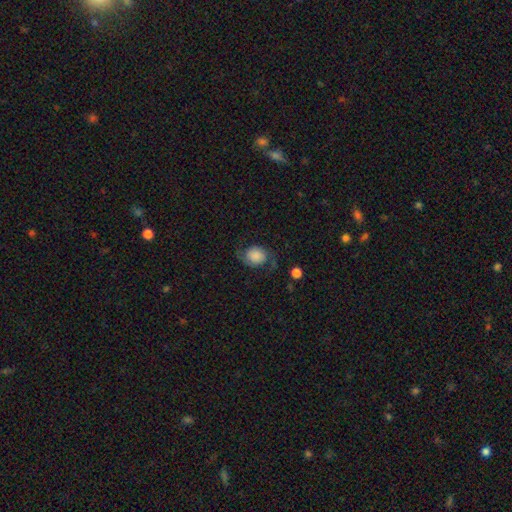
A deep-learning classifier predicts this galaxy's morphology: featured or disk 48%, smooth 42%, star or artifact 10%. Down the decision tree: merging — none (66%).